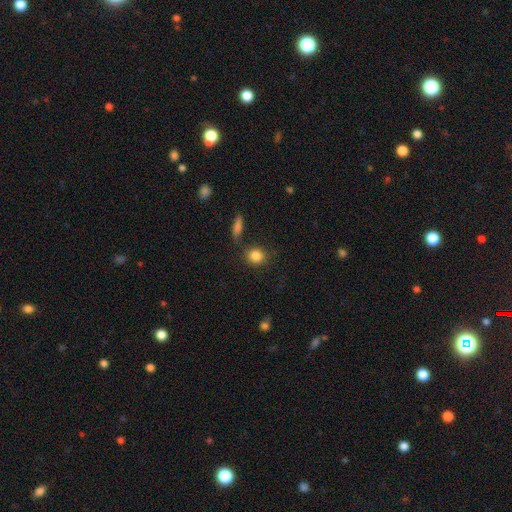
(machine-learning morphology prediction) smooth_or_featured: smooth (p=0.85) [alt: star or artifact p=0.09]
how_rounded: round (p=0.79) [alt: in between p=0.20]
merging: none (p=0.79) [alt: minor disturbance p=0.11]